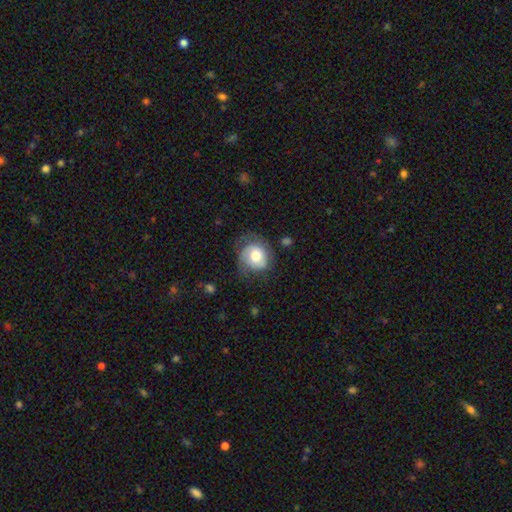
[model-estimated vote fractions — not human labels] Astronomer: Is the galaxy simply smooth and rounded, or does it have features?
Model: smooth — 53% (runner-up: featured or disk, 39%).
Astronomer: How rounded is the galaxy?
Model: round — 73%.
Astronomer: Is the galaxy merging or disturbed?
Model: none — 56%.